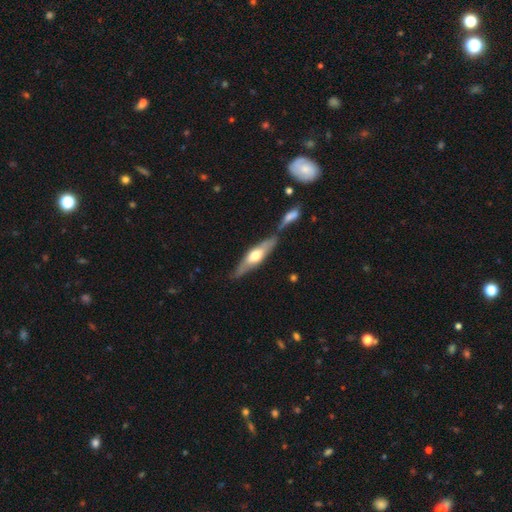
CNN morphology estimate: This appears to be a featured or disk galaxy (56%) viewed edge-on (78%). Merging: none (56%).